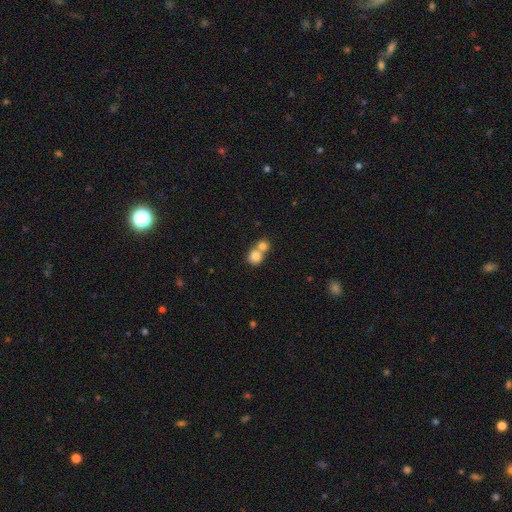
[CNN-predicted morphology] Overall: smooth (82%). How rounded: round (81%). Merging: merger (58%; none 34%).